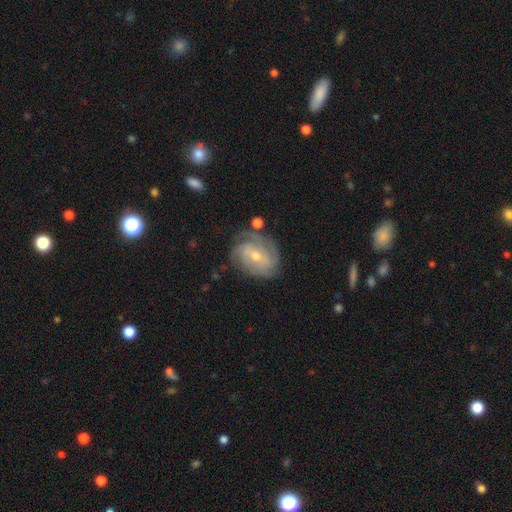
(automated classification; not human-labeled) Smooth or featured?
  - featured or disk: 79% *
  - smooth: 14%
  - star or artifact: 7%
Edge-on disk?
  - no: 97% *
  - yes: 3%
Bar?
  - weak: 45% *
  - no: 41%
  - strong: 14%
Spiral arms?
  - yes: 92% *
  - no: 8%
Spiral winding?
  - tight: 61% *
  - medium: 30%
  - loose: 9%
Spiral arm count?
  - can't tell: 35% *
  - 3: 24%
  - 2: 20%
  - 4: 12%
  - 1: 5%
  - more than 4: 5%
Bulge size?
  - small: 49% *
  - moderate: 48%
  - large: 1%
  - none: 1%
  - dominant: 1%
Merging?
  - none: 69% *
  - minor disturbance: 20%
  - major disturbance: 8%
  - merger: 3%